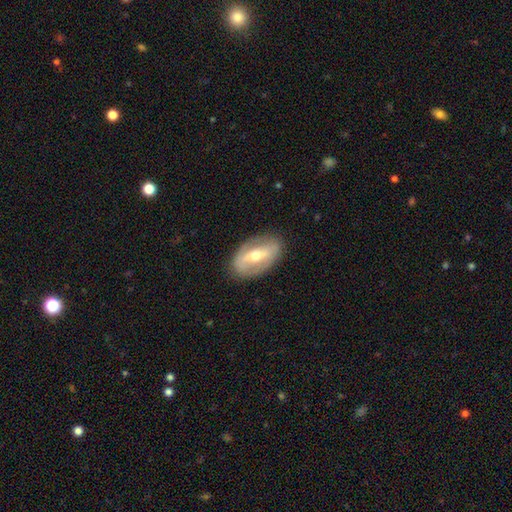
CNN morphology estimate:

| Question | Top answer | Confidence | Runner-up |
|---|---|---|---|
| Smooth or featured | featured or disk | 63% | smooth (30%) |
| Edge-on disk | no | 86% | yes (14%) |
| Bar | strong | 56% | weak (26%) |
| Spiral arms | no | 64% | yes (36%) |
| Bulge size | moderate | 64% | small (30%) |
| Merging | none | 83% | minor disturbance (12%) |